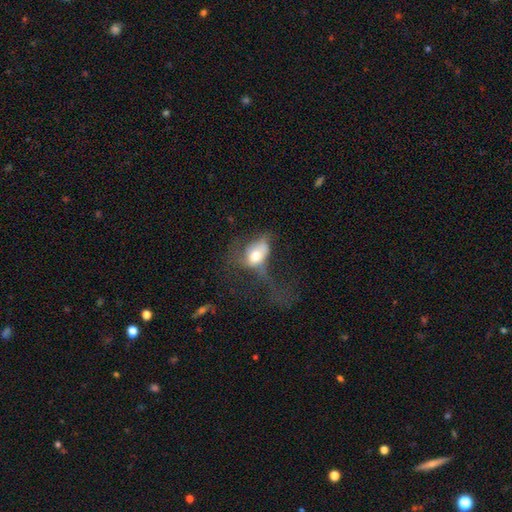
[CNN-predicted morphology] Q: Smooth or featured?
A: smooth (61%); runner-up: featured or disk (29%)
Q: How rounded?
A: in between (72%); runner-up: round (25%)
Q: Merging?
A: major disturbance (58%); runner-up: none (19%)